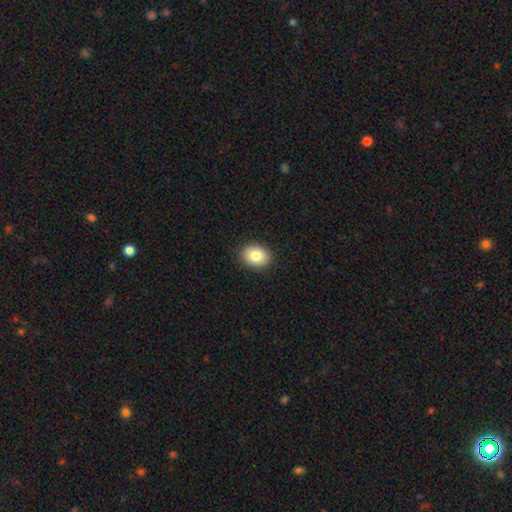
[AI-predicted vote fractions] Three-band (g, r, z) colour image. It shows a smooth galaxy with no disk features (84%) that is in between round and cigar-shaped (62%). Merging: none (90%).